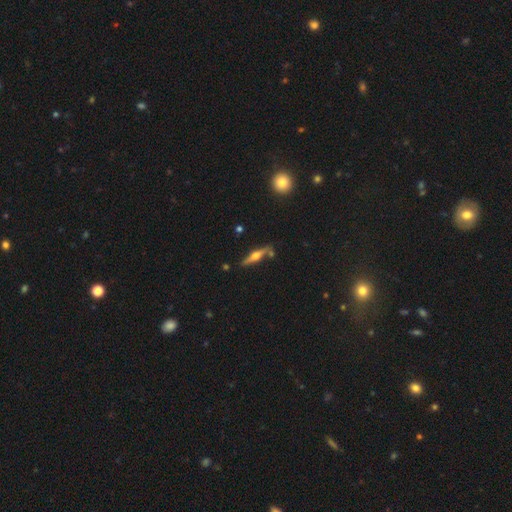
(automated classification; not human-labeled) Smooth or featured? featured or disk (71%)
Edge-on disk? yes (96%)
Edge-on bulge? rounded (93%)
Merging? none (80%)